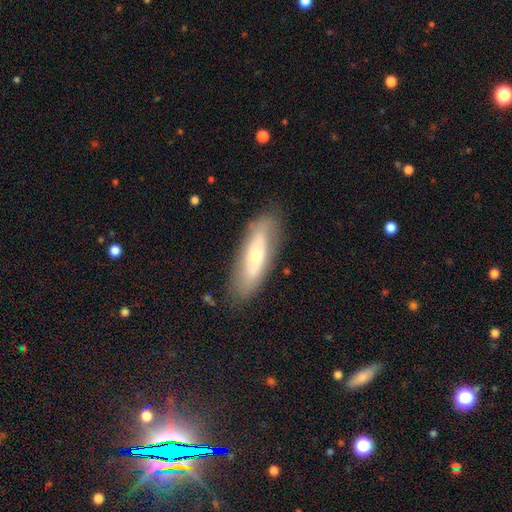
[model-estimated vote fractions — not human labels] Smooth or featured? Predicted: featured or disk (p=0.49). Merging? Predicted: none (p=0.80).